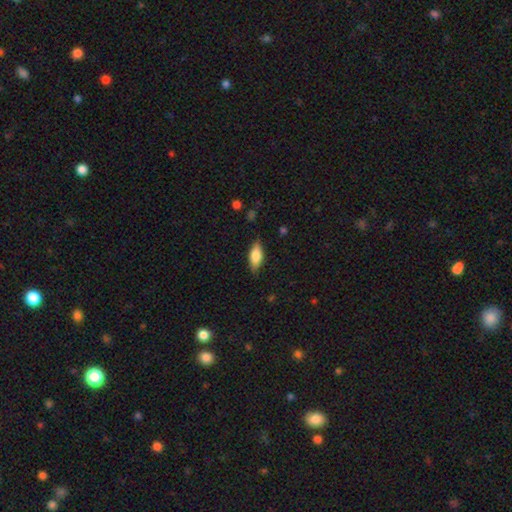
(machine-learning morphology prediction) A smooth galaxy with no disk features (74%) that is in between round and cigar-shaped (80%).

Vote fractions:
- Smooth or featured? smooth: 74% / featured or disk: 19% / star or artifact: 6%
- How rounded? in between: 80% / cigar-shaped: 17% / round: 3%
- Merging? none: 83% / minor disturbance: 13% / major disturbance: 3% / merger: 1%